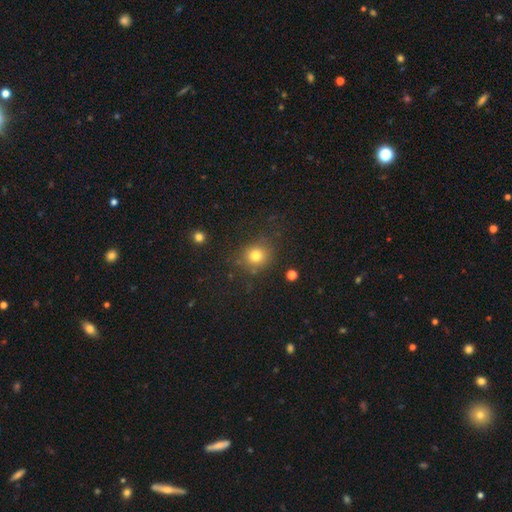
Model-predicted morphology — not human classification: A smooth galaxy with no disk features (79%) that is round (85%). Merging: none (81%).